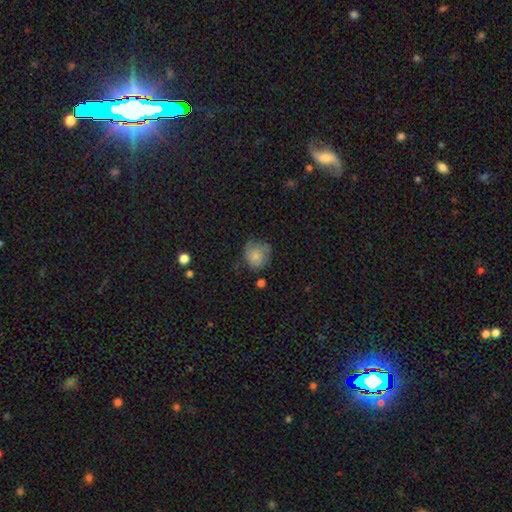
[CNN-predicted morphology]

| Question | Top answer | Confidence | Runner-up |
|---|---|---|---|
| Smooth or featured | smooth | 66% | featured or disk (25%) |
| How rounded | round | 76% | in between (23%) |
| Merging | none | 52% | minor disturbance (31%) |